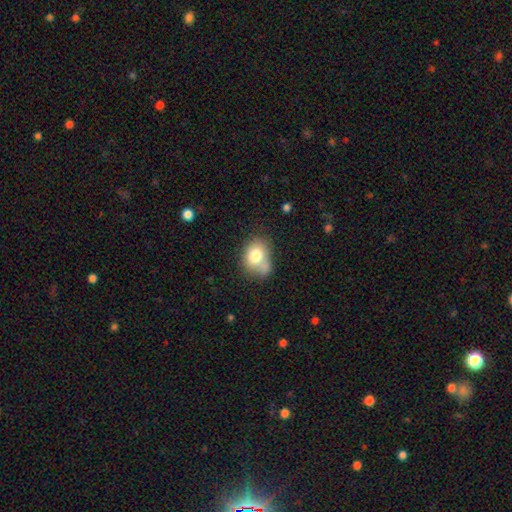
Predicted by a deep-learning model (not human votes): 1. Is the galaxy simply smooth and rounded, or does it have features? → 76% smooth, 15% featured or disk, 9% star or artifact.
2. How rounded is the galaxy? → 61% in between, 38% round, 1% cigar-shaped.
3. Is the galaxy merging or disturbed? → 39% none, 26% merger, 24% minor disturbance, 10% major disturbance.